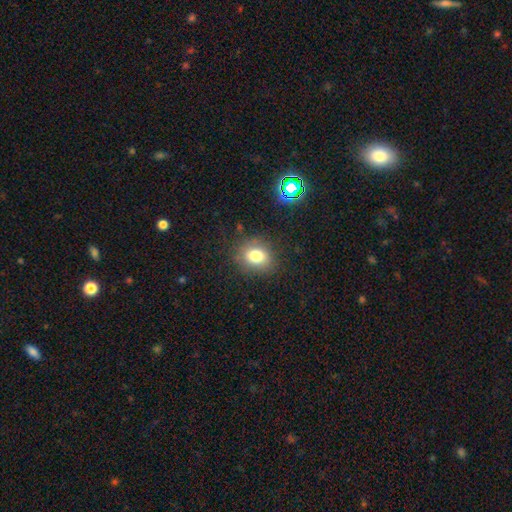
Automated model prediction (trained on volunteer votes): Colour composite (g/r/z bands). It shows a smooth galaxy with no disk features (76%) that is round (54%). Merging: none (80%).